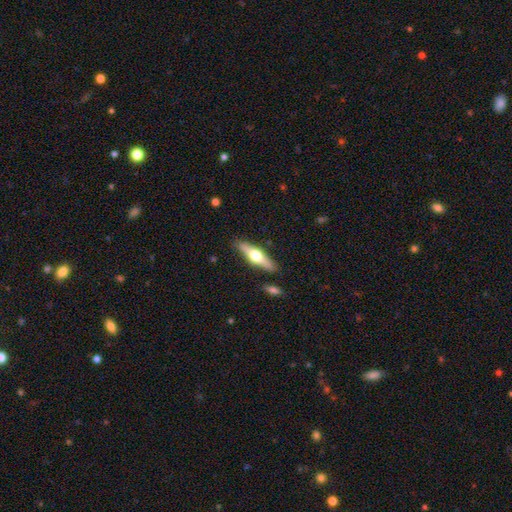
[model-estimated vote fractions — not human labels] Q: Smooth or featured?
A: featured or disk (59%); runner-up: smooth (36%)
Q: Edge-on disk?
A: yes (94%); runner-up: no (6%)
Q: Edge-on bulge?
A: rounded (95%); runner-up: boxy (3%)
Q: Merging?
A: none (85%); runner-up: minor disturbance (10%)